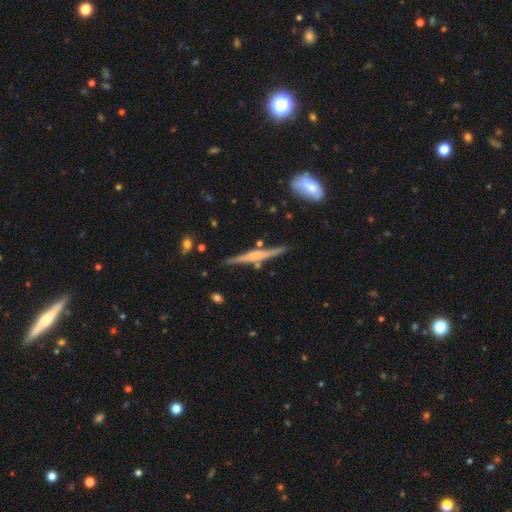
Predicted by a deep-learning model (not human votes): Smooth or featured? featured or disk (65%)
Edge-on disk? yes (97%)
Edge-on bulge? rounded (47%)
Merging? none (84%)